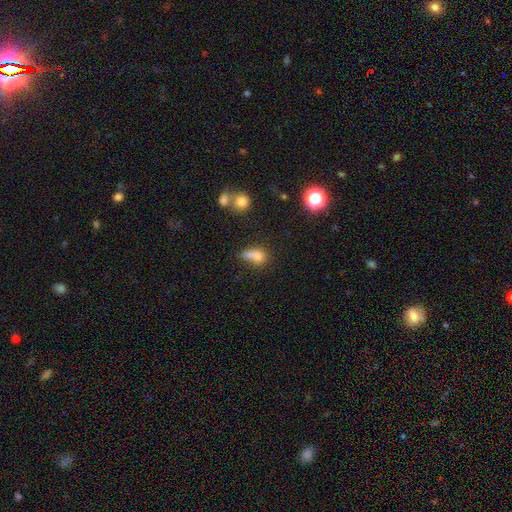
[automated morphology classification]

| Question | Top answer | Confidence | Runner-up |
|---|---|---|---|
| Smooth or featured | smooth | 72% | featured or disk (14%) |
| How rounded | in between | 65% | round (23%) |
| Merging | none | 30% | merger (28%) |